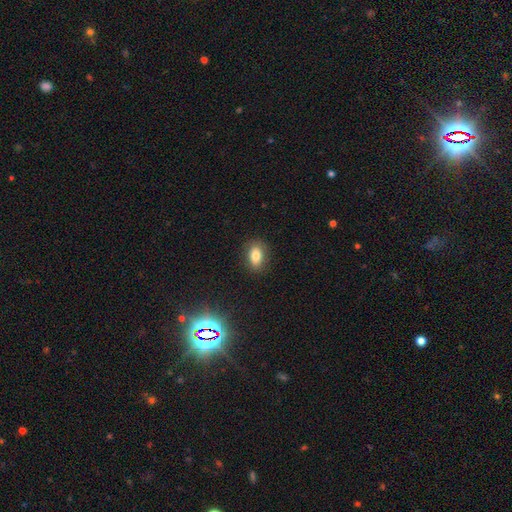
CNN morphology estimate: type=smooth (79%); roundness=in between (83%); merging=none (85%).